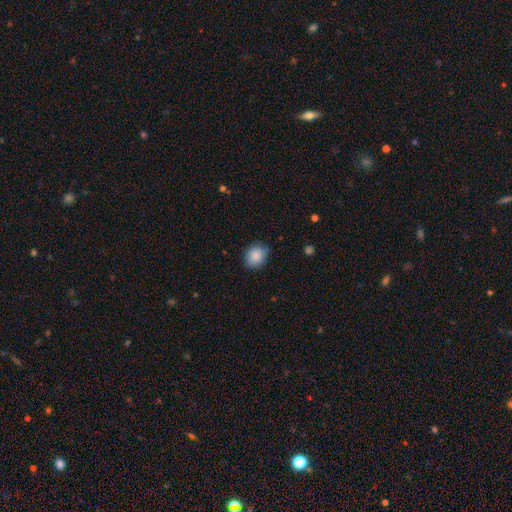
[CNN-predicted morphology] Smooth or featured? Predicted: smooth (p=0.88). How rounded? Predicted: round (p=0.62). Merging? Predicted: none (p=0.82).